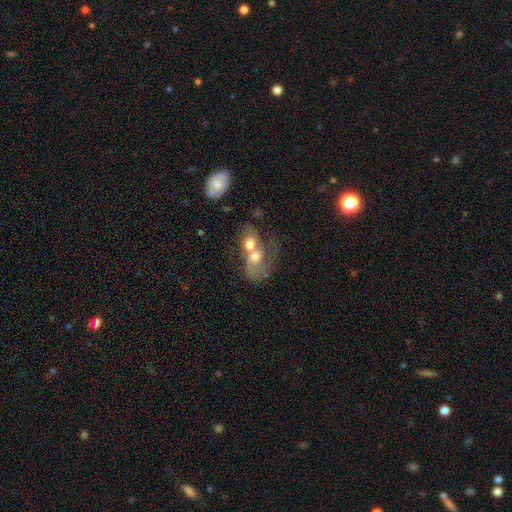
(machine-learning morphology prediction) Smooth or featured? Predicted: featured or disk (p=0.47). Merging? Predicted: merger (p=0.80).